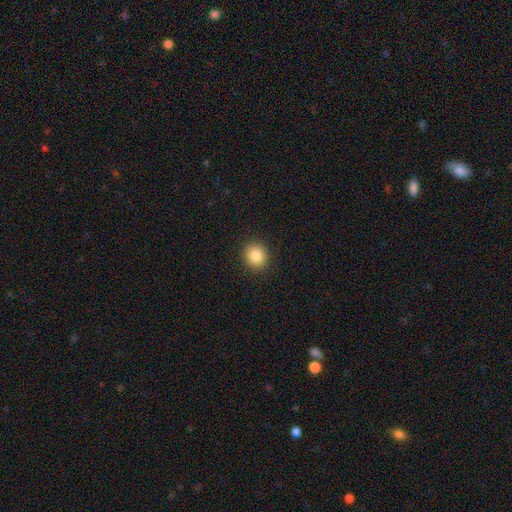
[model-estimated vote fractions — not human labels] Overall: smooth (84%). How rounded: round (87%). Merging: none (92%).